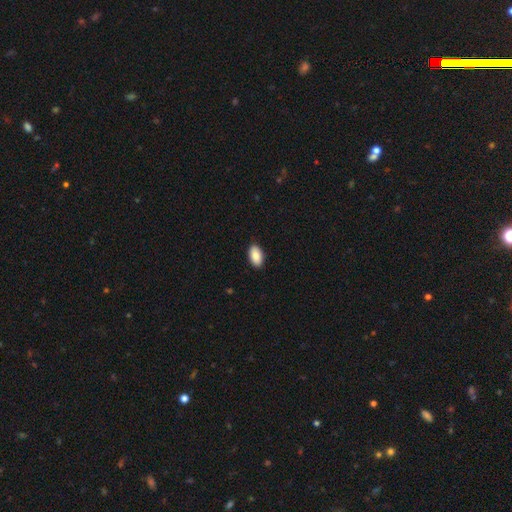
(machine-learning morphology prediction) Smooth or featured?
  - smooth: 89% *
  - star or artifact: 6%
  - featured or disk: 5%
How rounded?
  - in between: 95% *
  - round: 3%
  - cigar-shaped: 2%
Merging?
  - none: 90% *
  - minor disturbance: 8%
  - major disturbance: 2%
  - merger: 1%